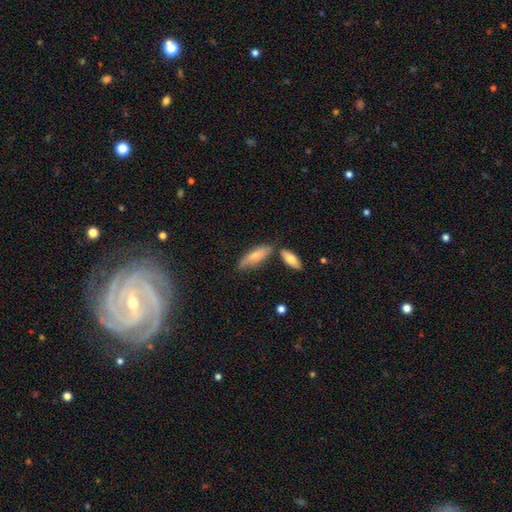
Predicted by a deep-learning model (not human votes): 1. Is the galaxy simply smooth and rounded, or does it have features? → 67% smooth, 27% featured or disk, 6% star or artifact.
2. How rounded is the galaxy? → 52% in between, 45% cigar-shaped, 2% round.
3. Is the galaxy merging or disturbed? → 60% none, 20% minor disturbance, 15% merger, 5% major disturbance.